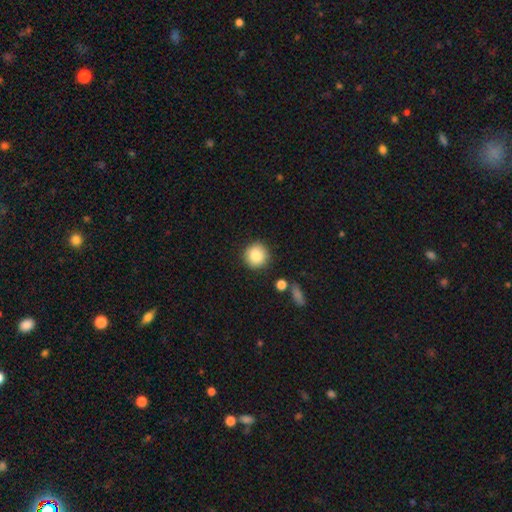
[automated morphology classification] smooth 84%, star or artifact 9%, featured or disk 7%. Down the decision tree: how rounded — round (93%); merging — none (87%).